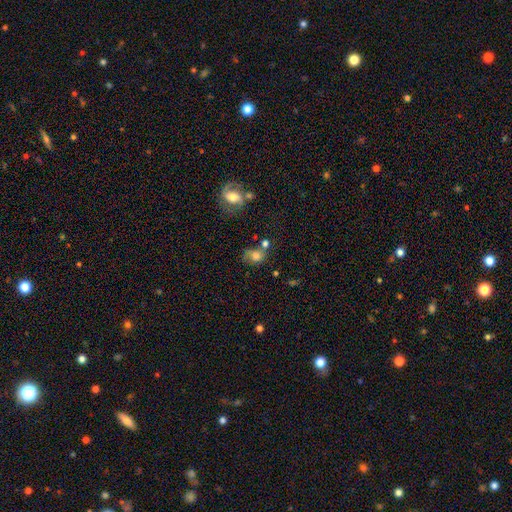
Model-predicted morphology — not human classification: Smooth or featured? smooth (72%)
How rounded? round (49%, tied with in between)
Merging? none (41%)